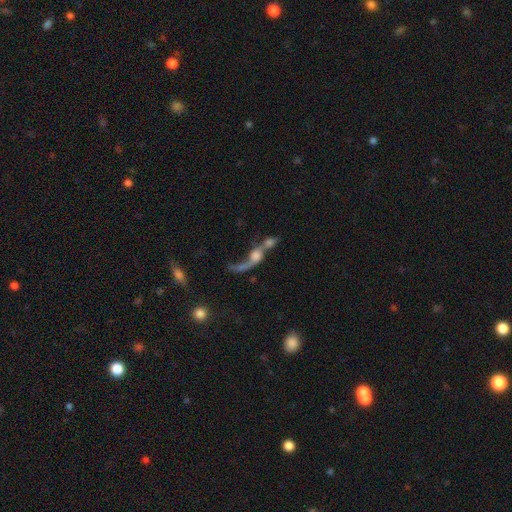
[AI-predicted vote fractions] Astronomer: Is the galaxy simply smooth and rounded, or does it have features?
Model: featured or disk — 53% (runner-up: smooth, 33%).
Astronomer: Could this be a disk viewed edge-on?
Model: no — 83%.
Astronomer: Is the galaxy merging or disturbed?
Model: merger — 66%.